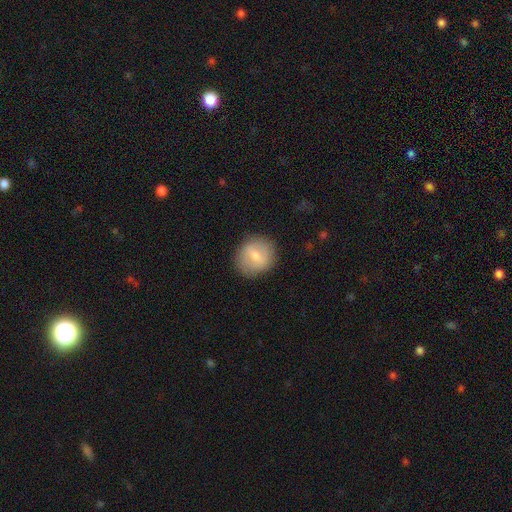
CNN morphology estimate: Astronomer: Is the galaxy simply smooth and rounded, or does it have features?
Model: smooth — 63%.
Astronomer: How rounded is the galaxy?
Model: round — 78%.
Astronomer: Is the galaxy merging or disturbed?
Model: none — 84%.